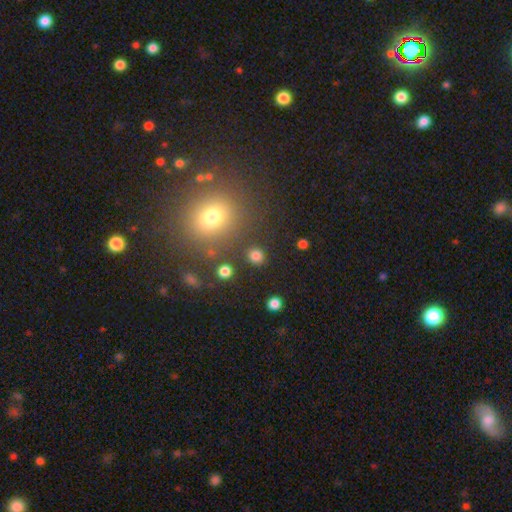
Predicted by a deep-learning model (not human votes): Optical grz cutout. It shows a smooth galaxy with no disk features (81%) that is round (86%). Merging: none (88%).